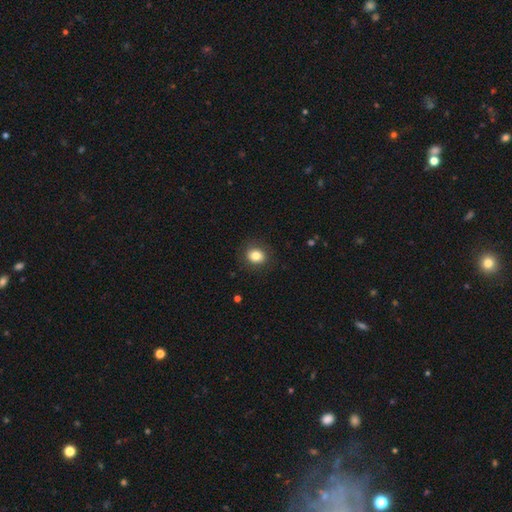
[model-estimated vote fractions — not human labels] Smooth or featured: smooth — 83% (star or artifact — 10%)
How rounded: round — 67% (in between — 32%)
Merging: none — 88% (minor disturbance — 8%)